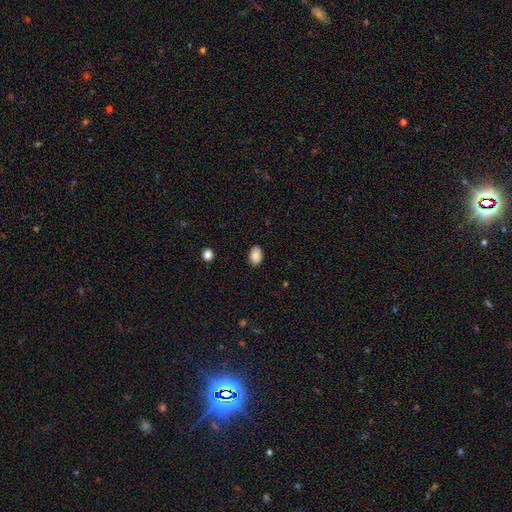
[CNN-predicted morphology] This is clearly a smooth galaxy (89%). How rounded: clearly in between (86%). Merging: clearly none (88%).